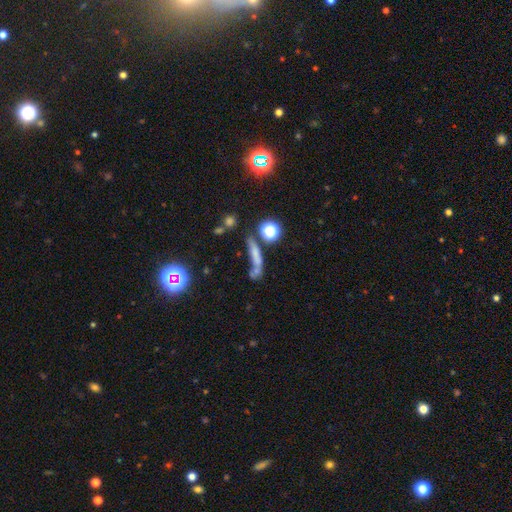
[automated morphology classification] Smooth or featured? Predicted: smooth (p=0.54). How rounded? Predicted: cigar-shaped (p=0.66). Merging? Predicted: none (p=0.43).